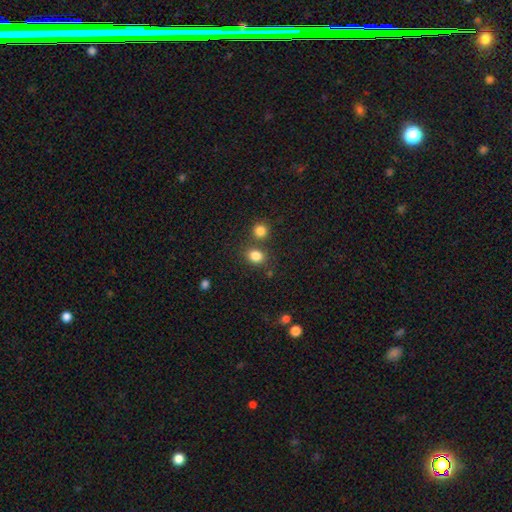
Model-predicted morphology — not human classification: Smooth or featured?
  - smooth: 83% *
  - star or artifact: 12%
  - featured or disk: 5%
How rounded?
  - round: 61% *
  - in between: 38%
  - cigar-shaped: 1%
Merging?
  - none: 69% *
  - merger: 18%
  - minor disturbance: 9%
  - major disturbance: 3%